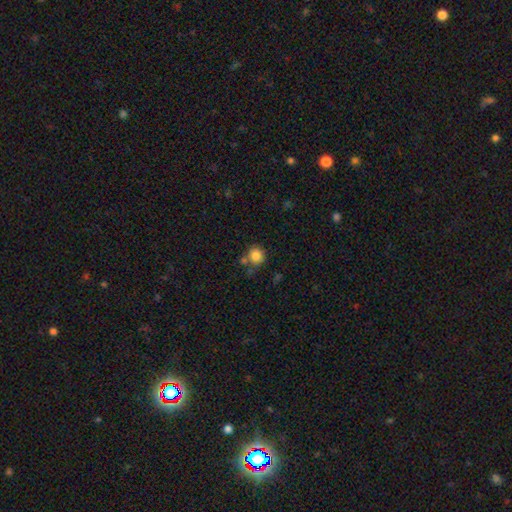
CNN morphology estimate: smooth-or-featured: smooth: 83% | star or artifact: 10% | featured or disk: 7%
  how-rounded: round: 87% | in between: 12% | cigar-shaped: 1%
  merging: none: 64% | merger: 16% | minor disturbance: 15% | major disturbance: 5%